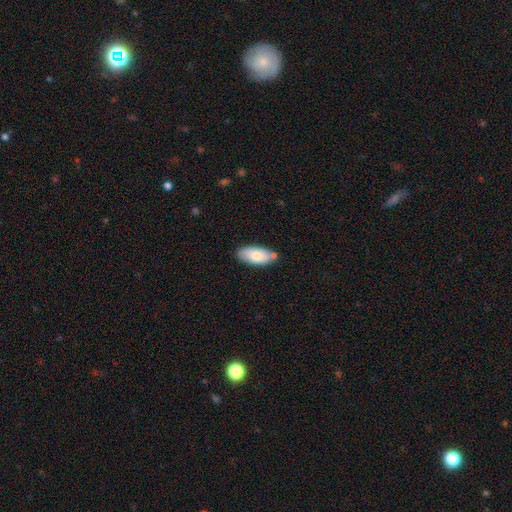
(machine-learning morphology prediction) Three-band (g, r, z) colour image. It shows a smooth galaxy with no disk features (76%) that is in between round and cigar-shaped (93%). Merging: none (74%).